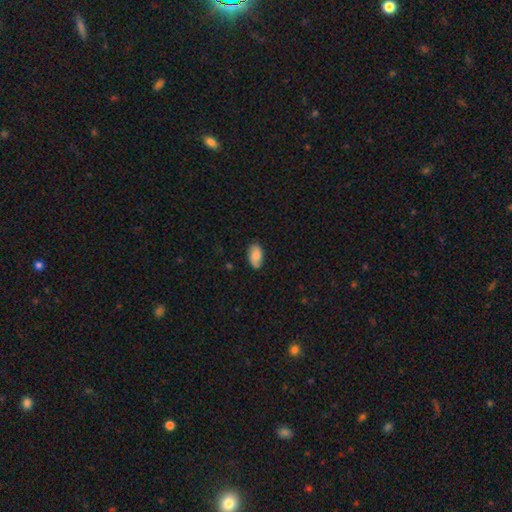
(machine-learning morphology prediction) A smooth galaxy with no disk features (85%) that is in between round and cigar-shaped (94%).

Vote fractions:
- Smooth or featured? smooth: 85% / featured or disk: 8% / star or artifact: 7%
- How rounded? in between: 94% / round: 3% / cigar-shaped: 3%
- Merging? none: 83% / minor disturbance: 14% / major disturbance: 2% / merger: 1%